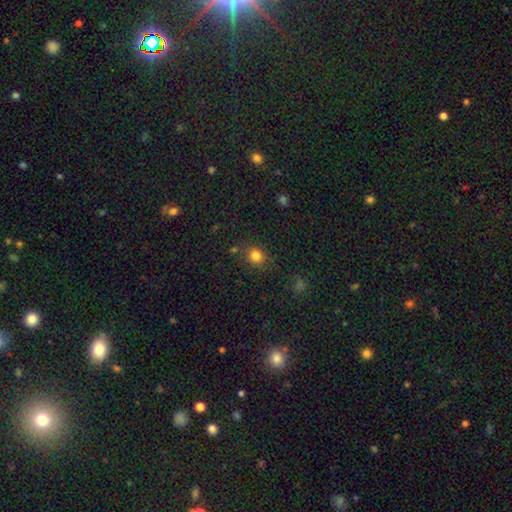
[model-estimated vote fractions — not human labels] This appears to be a smooth galaxy with no disk features (81%) that is round (75%). Merging: none (80%).